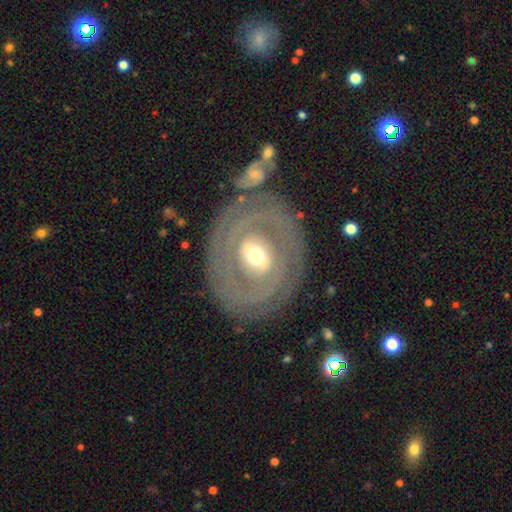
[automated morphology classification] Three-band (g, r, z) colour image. It shows a featured or disk galaxy (77%) with no bar (43%), spiral arms (62%) and a moderate central bulge (63%). Merging: none (76%).